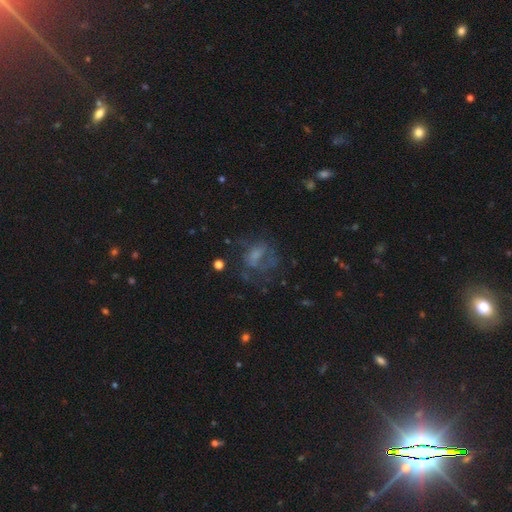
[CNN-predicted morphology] smooth-or-featured: featured or disk: 44% | smooth: 37% | star or artifact: 18%
  merging: none: 40% | major disturbance: 37% | minor disturbance: 20% | merger: 4%